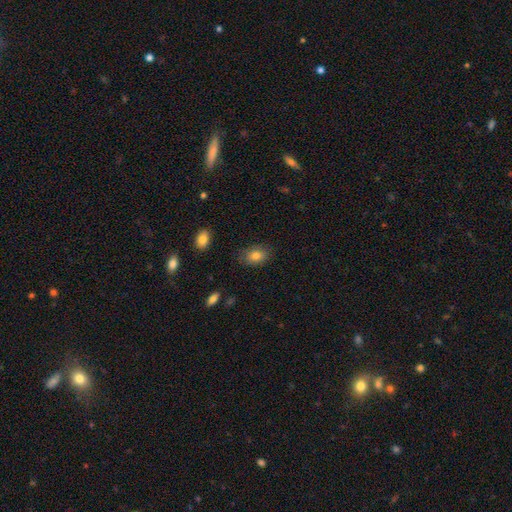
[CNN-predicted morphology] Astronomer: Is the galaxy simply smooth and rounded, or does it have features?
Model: smooth — 81%.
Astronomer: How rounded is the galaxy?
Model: in between — 82%.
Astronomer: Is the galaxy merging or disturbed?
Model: none — 82%.